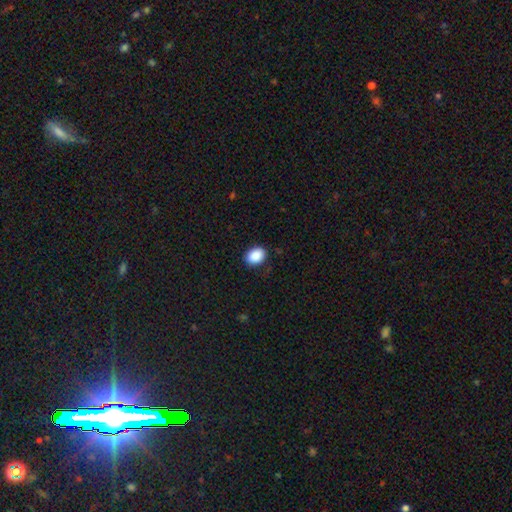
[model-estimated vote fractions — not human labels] A smooth galaxy with no disk features (90%) that is in between round and cigar-shaped (72%).

Vote fractions:
- Smooth or featured? smooth: 90% / star or artifact: 8% / featured or disk: 3%
- How rounded? in between: 72% / round: 27% / cigar-shaped: 1%
- Merging? none: 85% / minor disturbance: 12% / major disturbance: 3% / merger: 1%